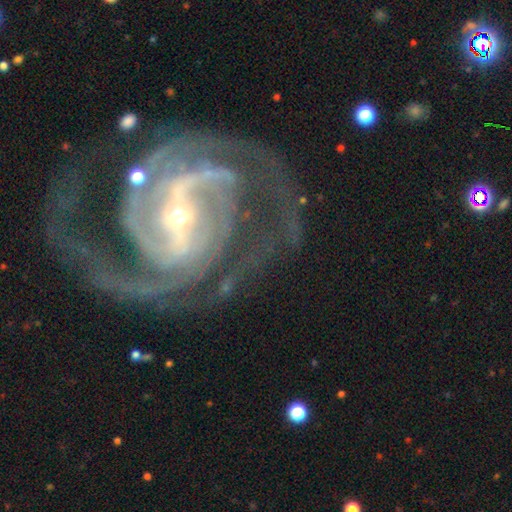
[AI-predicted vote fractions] This is clearly a featured or disk galaxy (93%). It is clearly not viewed edge-on (98%). Bar: likely strong (62%). Spiral arm pattern: clearly yes (98%). Spiral arm count: possibly 2 (60%). Spiral winding: possibly medium (50%). Central bulge: likely small (70%). Merging: likely none (69%).